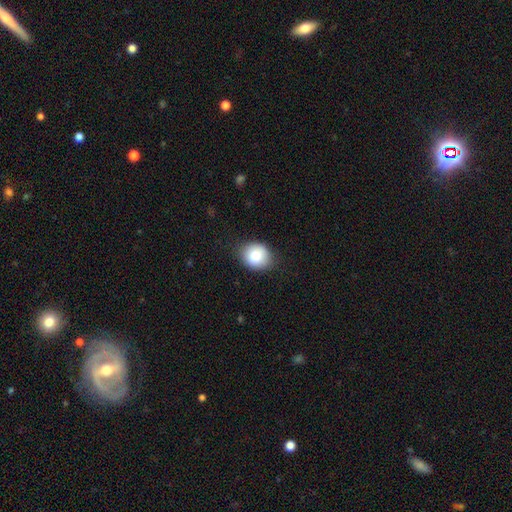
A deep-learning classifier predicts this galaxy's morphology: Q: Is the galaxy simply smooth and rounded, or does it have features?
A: smooth — 83%.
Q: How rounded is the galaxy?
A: round — 63%.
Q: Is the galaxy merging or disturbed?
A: none — 82%.